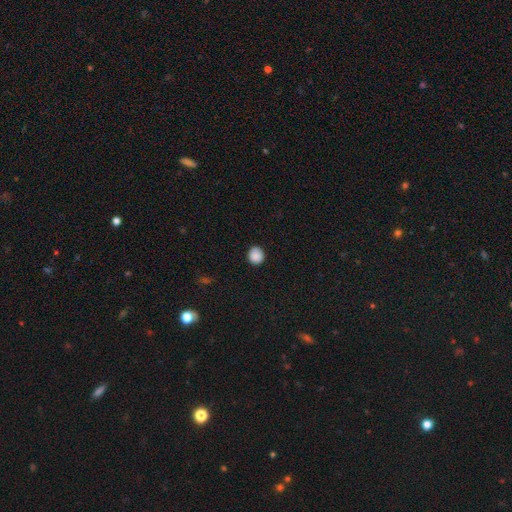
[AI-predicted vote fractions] Smooth or featured: smooth — 88% (star or artifact — 9%)
How rounded: round — 85% (in between — 14%)
Merging: none — 87% (minor disturbance — 10%)